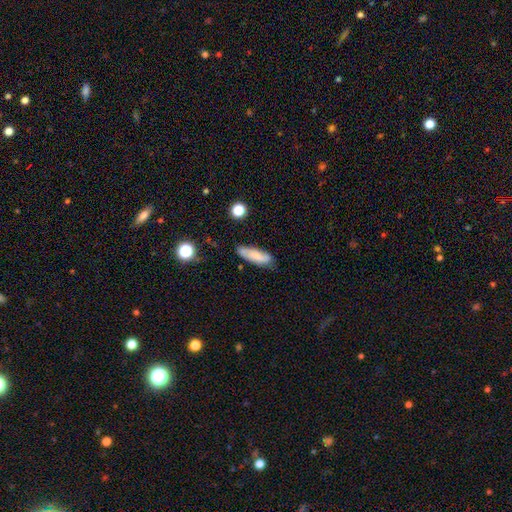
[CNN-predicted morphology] smooth_or_featured: smooth (p=0.75) [alt: featured or disk p=0.17]
how_rounded: in between (p=0.49) [tied with: cigar-shaped p=0.49]
merging: none (p=0.71) [alt: minor disturbance p=0.21]